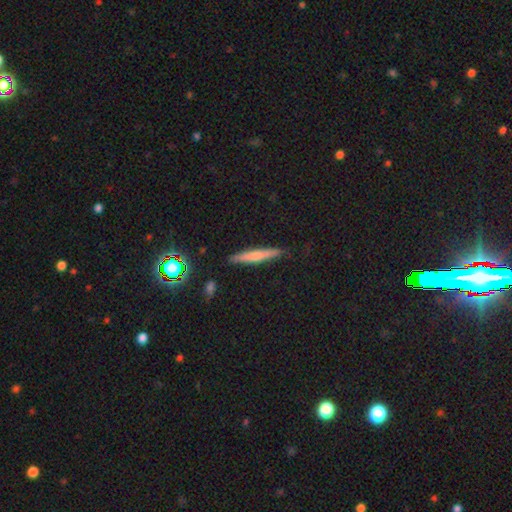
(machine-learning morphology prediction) smooth_or_featured: smooth (p=0.58) [alt: featured or disk p=0.33]
how_rounded: cigar-shaped (p=0.93) [alt: in between p=0.06]
merging: none (p=0.87) [alt: minor disturbance p=0.10]